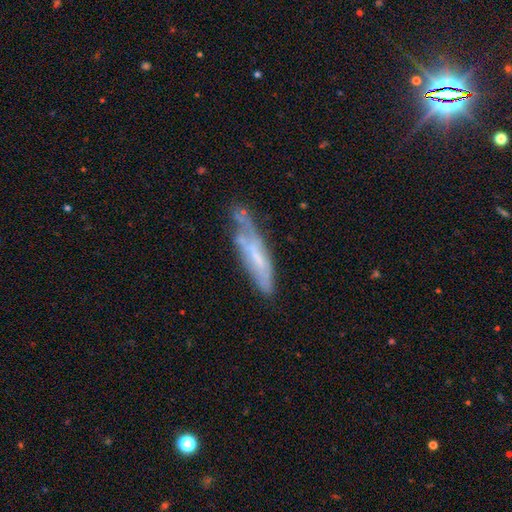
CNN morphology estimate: Q: Smooth or featured?
A: featured or disk (54%); runner-up: smooth (38%)
Q: Edge-on disk?
A: no (59%); runner-up: yes (41%)
Q: Merging?
A: none (43%); runner-up: minor disturbance (32%)